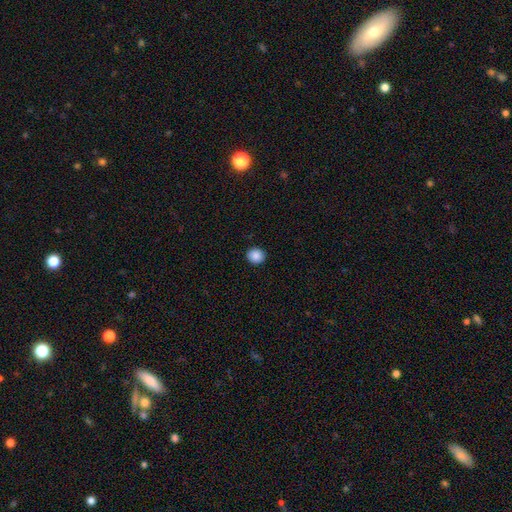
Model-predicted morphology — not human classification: Q: Smooth or featured?
A: smooth (88%); runner-up: star or artifact (9%)
Q: How rounded?
A: round (85%); runner-up: in between (14%)
Q: Merging?
A: none (93%); runner-up: minor disturbance (5%)